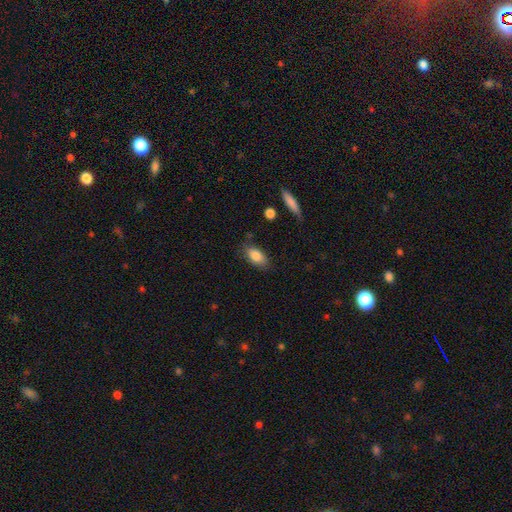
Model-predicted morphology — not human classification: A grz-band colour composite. It shows a smooth galaxy with no disk features (85%) that is in between round and cigar-shaped (88%). Merging: none (78%).